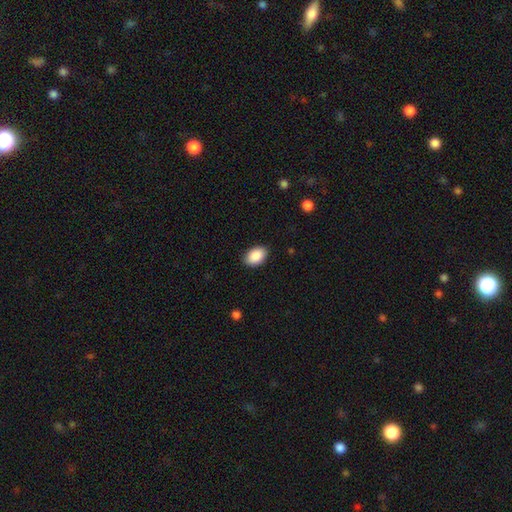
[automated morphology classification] Smooth or featured: smooth — 90% (star or artifact — 7%)
How rounded: in between — 90% (round — 9%)
Merging: none — 88% (minor disturbance — 9%)